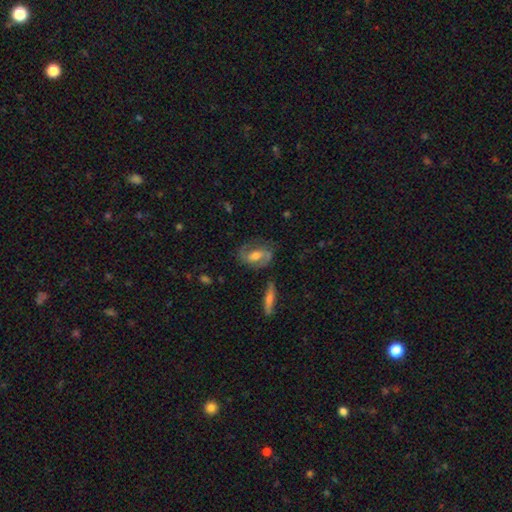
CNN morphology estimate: Overall: featured or disk (67%). Edge-on disk: no (92%). Bar: weak (42%; no 31%). Spiral arms: yes (86%). Spiral arm count: 2 (83%). Spiral winding: medium (49%; loose 27%). Bulge size: moderate (59%; small 22%). Merging: none (68%).